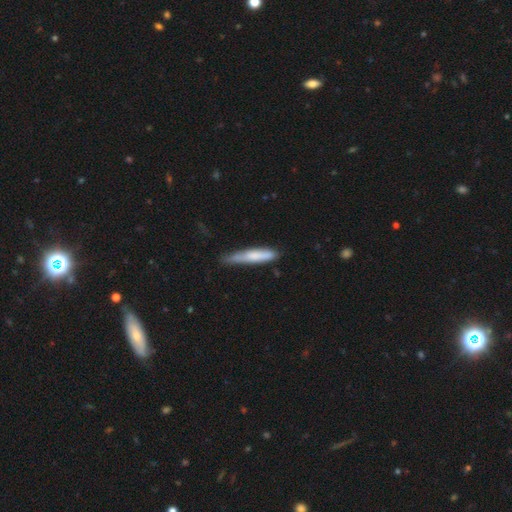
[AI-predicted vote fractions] Smooth or featured?
  - smooth: 70% *
  - featured or disk: 24%
  - star or artifact: 6%
How rounded?
  - cigar-shaped: 90% *
  - in between: 8%
  - round: 1%
Merging?
  - none: 58% *
  - minor disturbance: 33%
  - major disturbance: 7%
  - merger: 3%